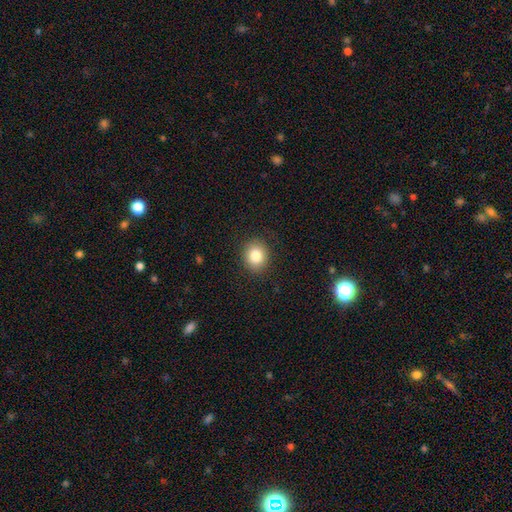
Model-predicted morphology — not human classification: Smooth or featured?
  - smooth: 83% *
  - star or artifact: 9%
  - featured or disk: 7%
How rounded?
  - round: 68% *
  - in between: 31%
  - cigar-shaped: 1%
Merging?
  - none: 88% *
  - minor disturbance: 8%
  - major disturbance: 3%
  - merger: 1%